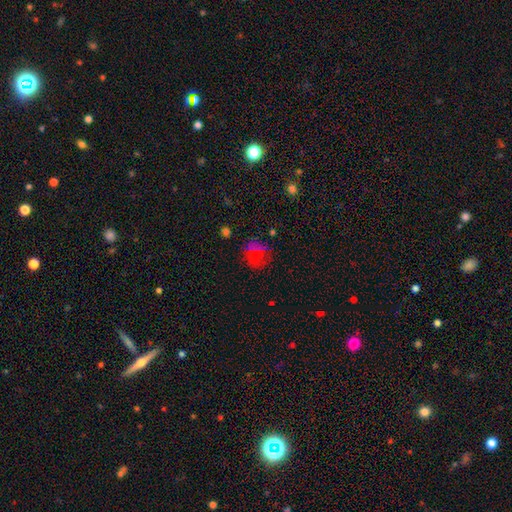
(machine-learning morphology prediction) The model was most divided on "smooth or featured": smooth: 58%, star or artifact: 29%, featured or disk: 13%. More confident: how rounded — round (82%); merging — none (67%).